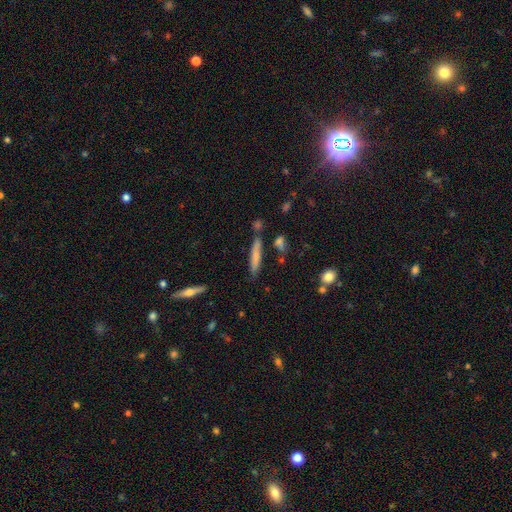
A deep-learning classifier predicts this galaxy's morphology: A smooth galaxy with no disk features (68%) that is cigar-shaped (91%).

Vote fractions:
- Smooth or featured? smooth: 68% / featured or disk: 24% / star or artifact: 7%
- How rounded? cigar-shaped: 91% / in between: 7% / round: 2%
- Merging? none: 77% / minor disturbance: 13% / merger: 6% / major disturbance: 3%